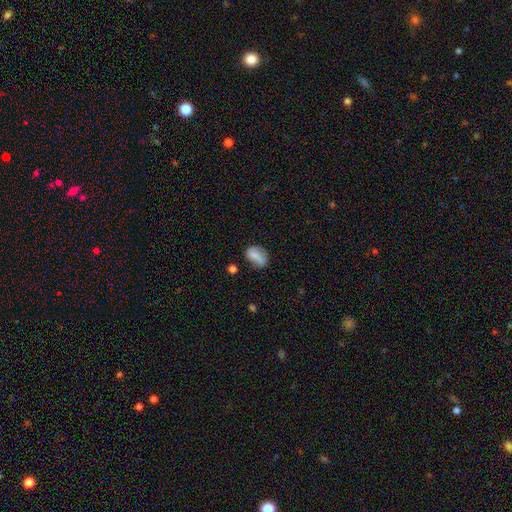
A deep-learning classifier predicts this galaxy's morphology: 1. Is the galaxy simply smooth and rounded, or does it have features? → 71% smooth, 20% featured or disk, 9% star or artifact.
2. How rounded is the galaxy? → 78% in between, 19% round, 3% cigar-shaped.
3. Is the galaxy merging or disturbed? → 47% none, 31% minor disturbance, 14% major disturbance, 8% merger.